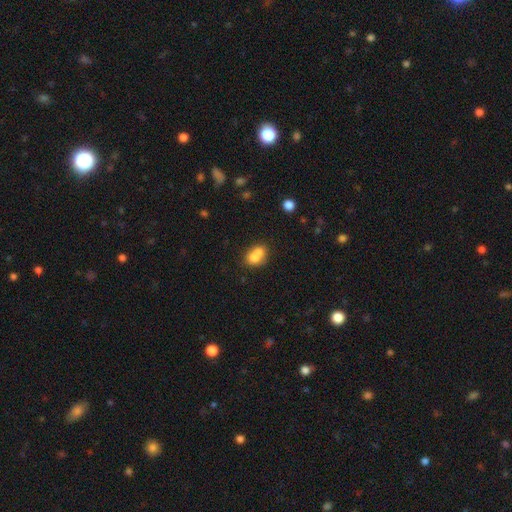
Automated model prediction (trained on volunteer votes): Q: Smooth or featured?
A: smooth (71%); runner-up: featured or disk (19%)
Q: How rounded?
A: round (53%); runner-up: in between (46%)
Q: Merging?
A: merger (65%); runner-up: none (24%)